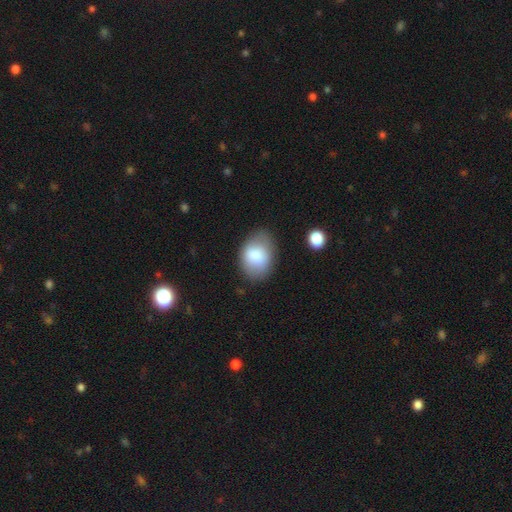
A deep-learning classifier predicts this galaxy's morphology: smooth 82%, featured or disk 11%, star or artifact 7%. Down the decision tree: how rounded — in between (79%); merging — none (74%).